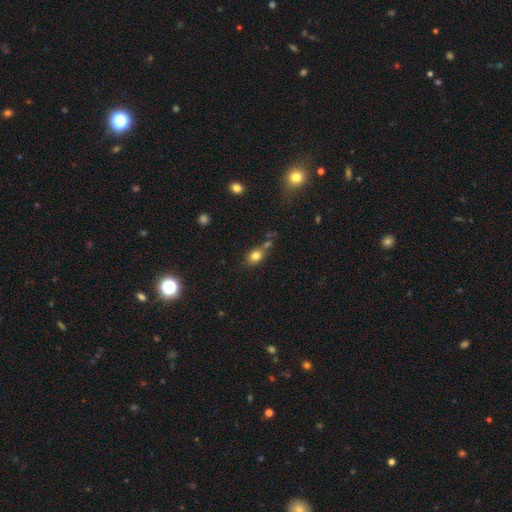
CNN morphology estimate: A smooth galaxy with no disk features (79%) that is in between round and cigar-shaped (63%). Merging: none (58%).